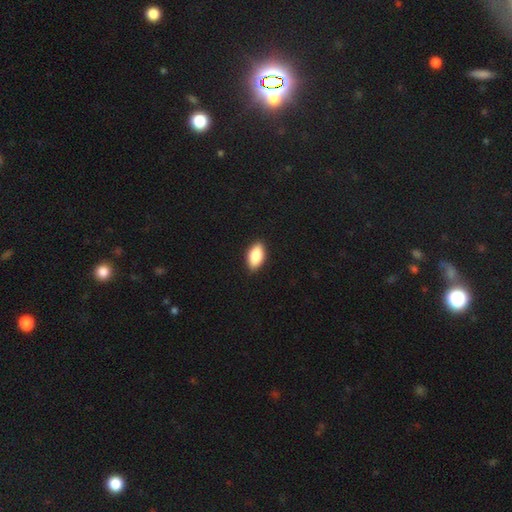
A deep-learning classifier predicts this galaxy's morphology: Smooth or featured? Predicted: smooth (p=0.87). How rounded? Predicted: in between (p=0.93). Merging? Predicted: none (p=0.89).